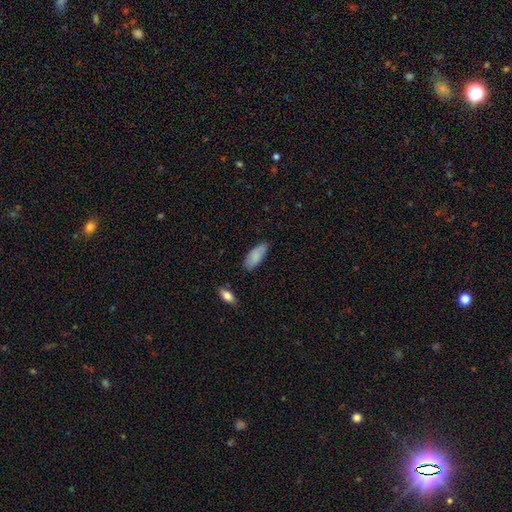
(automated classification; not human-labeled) Morphology: type=smooth (85%); roundness=in between (83%); merging=none (73%).